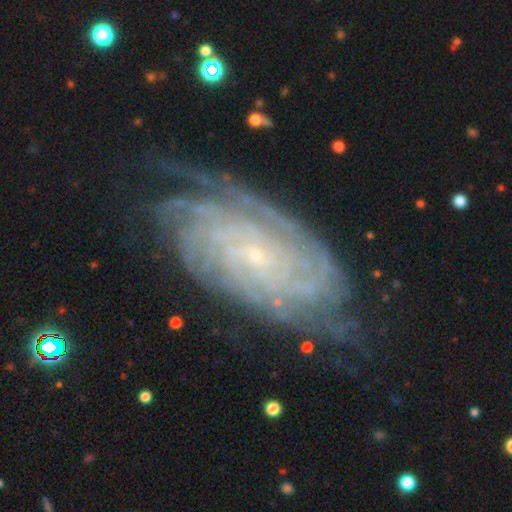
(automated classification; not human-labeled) Smooth or featured?
  - featured or disk: 89% *
  - star or artifact: 6%
  - smooth: 5%
Edge-on disk?
  - no: 96% *
  - yes: 4%
Bar?
  - no: 73% *
  - weak: 20%
  - strong: 7%
Spiral arms?
  - yes: 98% *
  - no: 2%
Spiral winding?
  - tight: 82% *
  - medium: 15%
  - loose: 3%
Spiral arm count?
  - more than 4: 29% *
  - can't tell: 23%
  - 4: 20%
  - 3: 10%
  - 2: 9%
  - 1: 8%
Bulge size?
  - small: 89% *
  - moderate: 7%
  - none: 2%
  - large: 1%
  - dominant: 1%
Merging?
  - none: 75% *
  - minor disturbance: 17%
  - major disturbance: 6%
  - merger: 1%